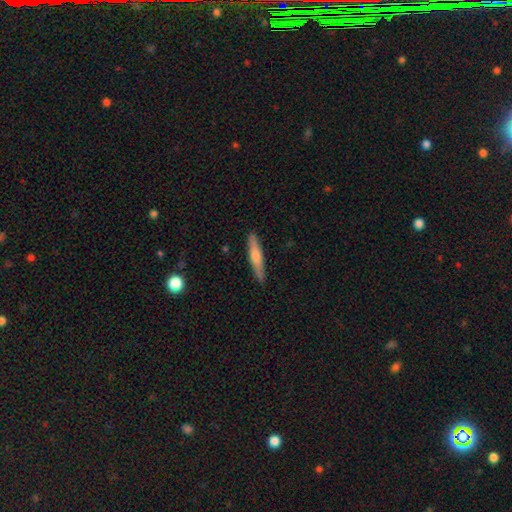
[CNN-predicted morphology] Smooth or featured? smooth (54%)
How rounded? cigar-shaped (90%)
Merging? none (89%)